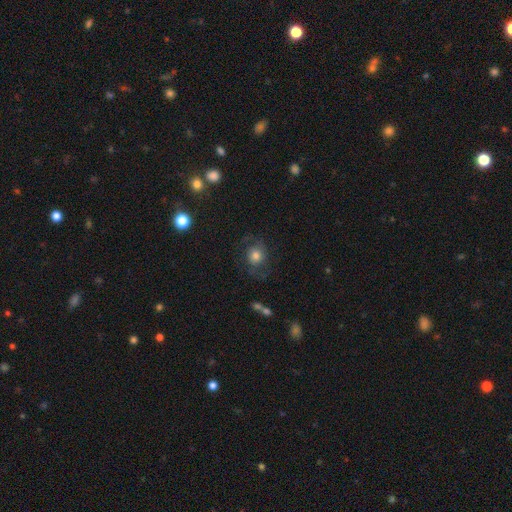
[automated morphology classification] The model was most divided on "smooth or featured": smooth: 46%, featured or disk: 43%, star or artifact: 11%. More confident: merging — none (67%).